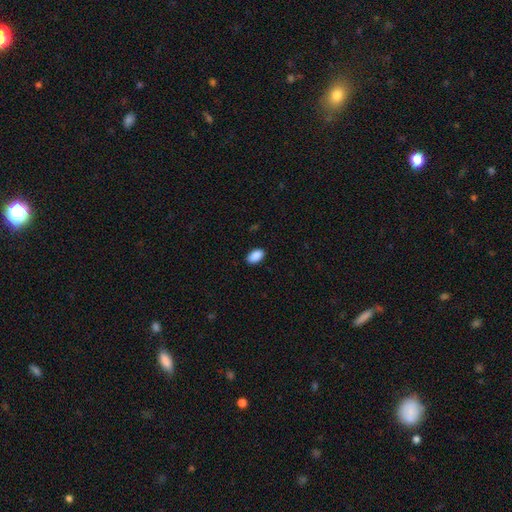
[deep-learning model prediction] A smooth galaxy with no disk features (90%) that is in between round and cigar-shaped (93%).

Vote fractions:
- Smooth or featured? smooth: 90% / star or artifact: 7% / featured or disk: 3%
- How rounded? in between: 93% / round: 6% / cigar-shaped: 1%
- Merging? none: 88% / minor disturbance: 9% / major disturbance: 2% / merger: 1%